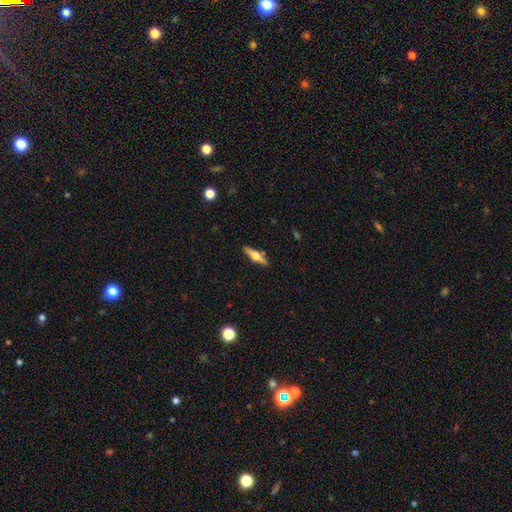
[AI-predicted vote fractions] smooth_or_featured: featured or disk (p=0.64) [alt: smooth p=0.30]
disk_edge_on: yes (p=0.96) [alt: no p=0.04]
edge_on_bulge: rounded (p=0.94) [alt: boxy p=0.04]
merging: none (p=0.89) [alt: minor disturbance p=0.07]